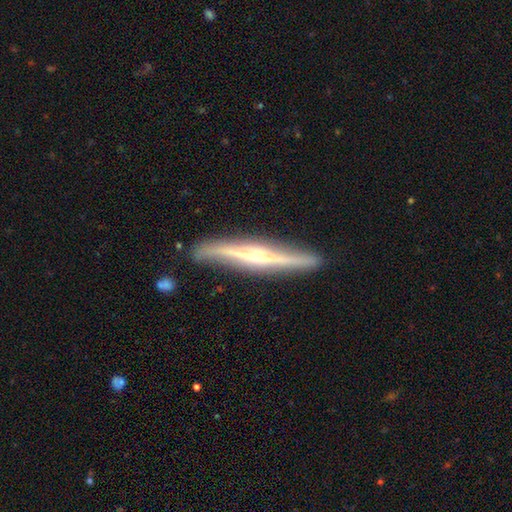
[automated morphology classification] featured or disk 79%, smooth 16%, star or artifact 5%. Down the decision tree: edge-on disk — yes (93%); edge-on bulge — rounded (79%); merging — none (84%).